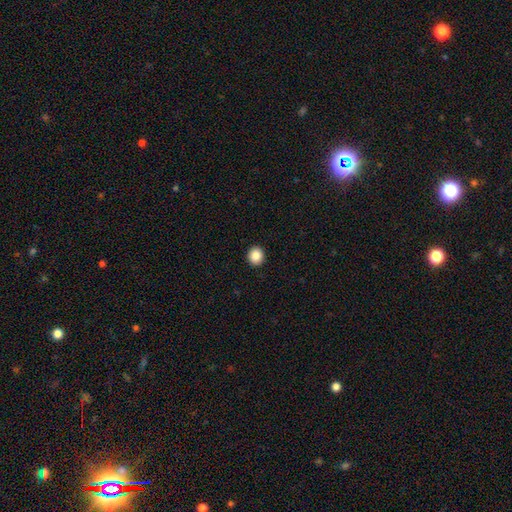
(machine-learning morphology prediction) A smooth galaxy with no disk features (86%) that is round (83%). Merging: none (93%).